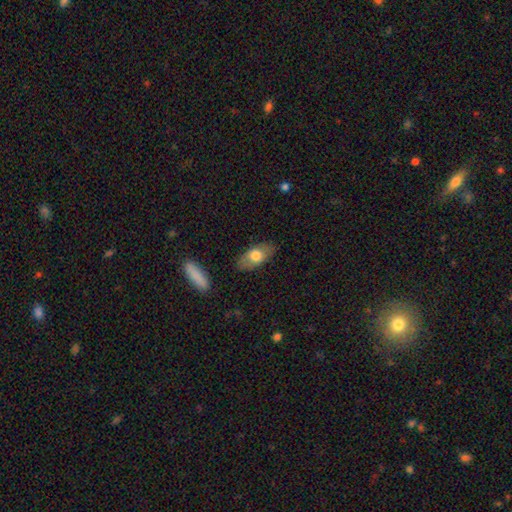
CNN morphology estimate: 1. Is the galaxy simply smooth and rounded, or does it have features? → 68% smooth, 26% featured or disk, 6% star or artifact.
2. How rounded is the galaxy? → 85% in between, 9% cigar-shaped, 6% round.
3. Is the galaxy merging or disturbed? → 82% none, 13% minor disturbance, 3% major disturbance, 2% merger.